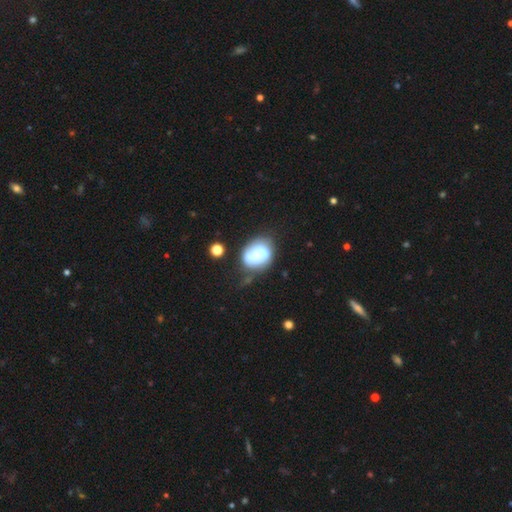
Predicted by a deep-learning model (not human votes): Smooth or featured?
  - smooth: 57% *
  - featured or disk: 34%
  - star or artifact: 9%
How rounded?
  - in between: 63% *
  - round: 36%
  - cigar-shaped: 1%
Merging?
  - none: 44% *
  - minor disturbance: 29%
  - major disturbance: 14%
  - merger: 12%